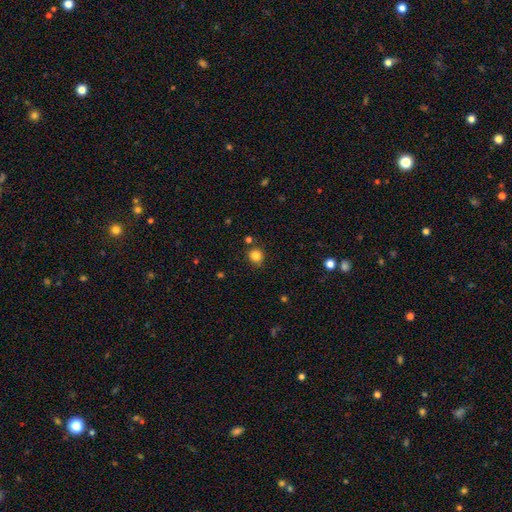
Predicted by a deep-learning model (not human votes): Smooth or featured? smooth (84%)
How rounded? round (83%)
Merging? none (83%)